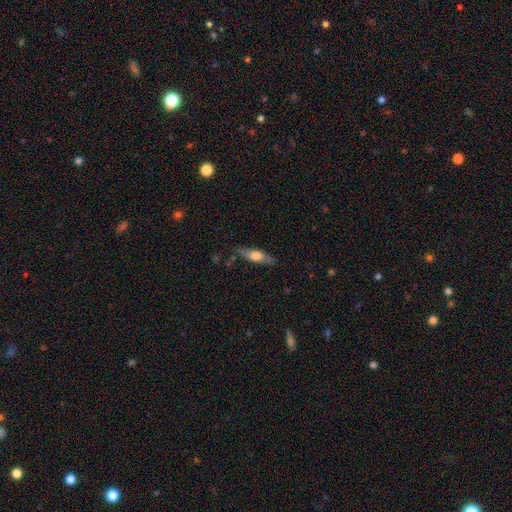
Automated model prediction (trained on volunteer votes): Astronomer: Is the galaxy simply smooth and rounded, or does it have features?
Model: smooth — 54% (runner-up: featured or disk, 40%).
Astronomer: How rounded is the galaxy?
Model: cigar-shaped — 50% (runner-up: in between, 47%).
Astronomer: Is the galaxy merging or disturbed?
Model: none — 75%.